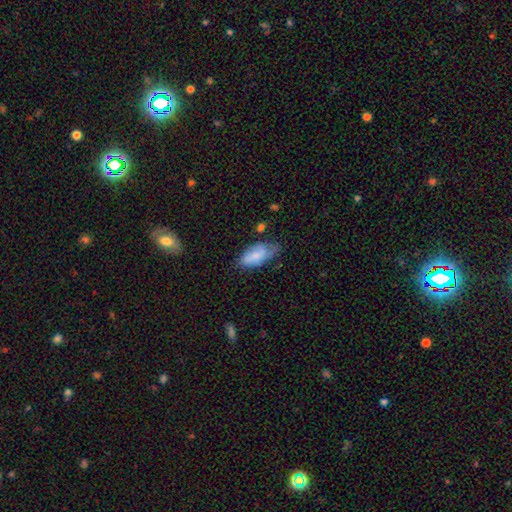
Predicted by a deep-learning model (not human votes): Smooth or featured: smooth — 72% (featured or disk — 21%)
How rounded: in between — 92% (cigar-shaped — 6%)
Merging: none — 44% (minor disturbance — 38%)